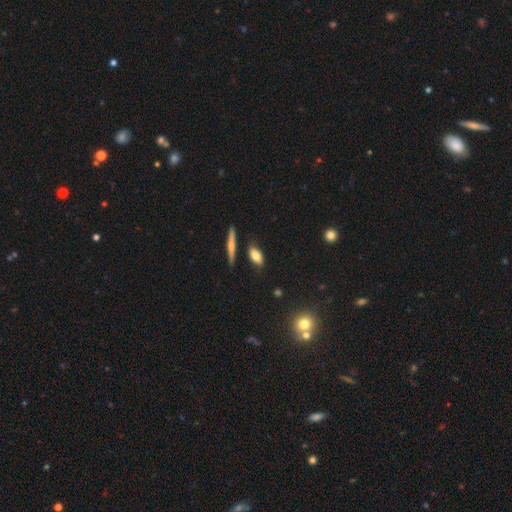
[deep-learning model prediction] Smooth or featured?
  - smooth: 75% *
  - featured or disk: 17%
  - star or artifact: 8%
How rounded?
  - in between: 78% *
  - cigar-shaped: 15%
  - round: 7%
Merging?
  - none: 79% *
  - minor disturbance: 13%
  - merger: 5%
  - major disturbance: 3%